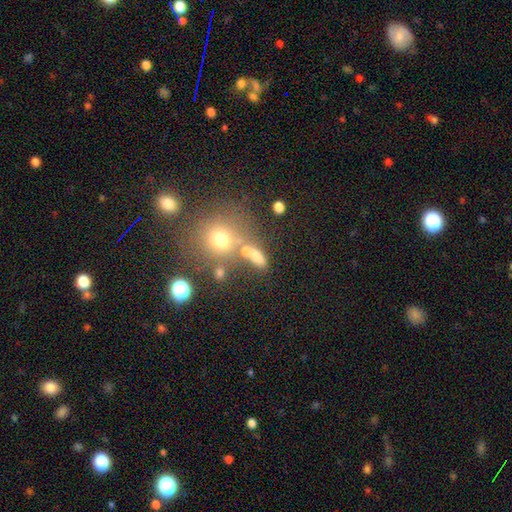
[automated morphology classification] Smooth or featured? Predicted: smooth (p=0.67). How rounded? Predicted: in between (p=0.62). Merging? Predicted: none (p=0.48).